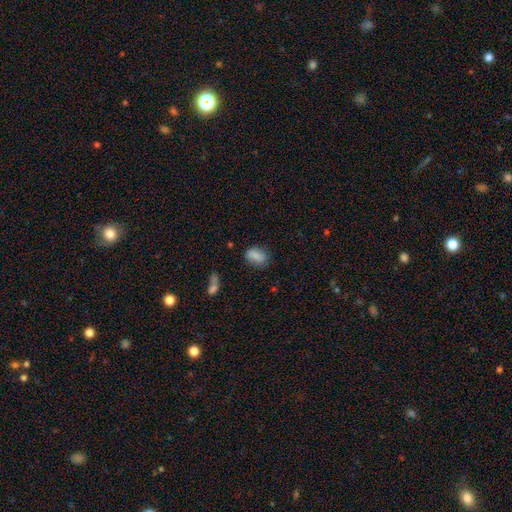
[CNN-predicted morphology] A smooth galaxy with no disk features (80%) that is in between round and cigar-shaped (81%).

Vote fractions:
- Smooth or featured? smooth: 80% / featured or disk: 11% / star or artifact: 9%
- How rounded? in between: 81% / round: 15% / cigar-shaped: 4%
- Merging? none: 74% / minor disturbance: 18% / major disturbance: 5% / merger: 3%